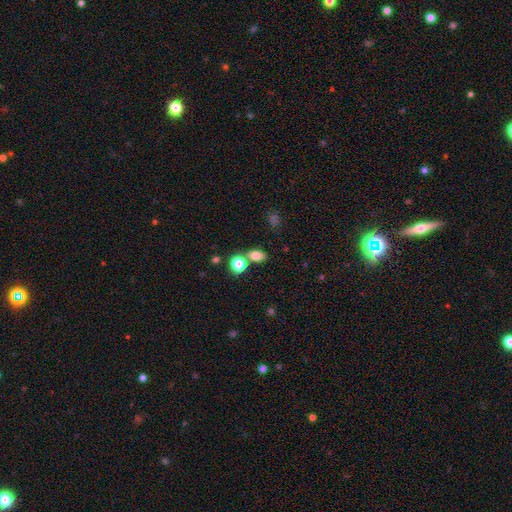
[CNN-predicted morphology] smooth 79%, star or artifact 14%, featured or disk 7%. Down the decision tree: how rounded — in between (74%); merging — none (64%).